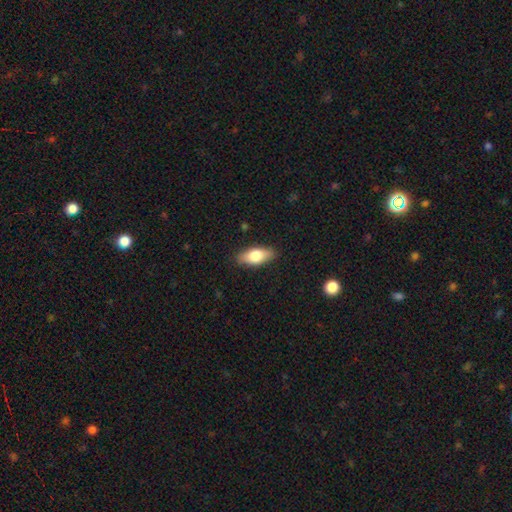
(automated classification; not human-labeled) This is likely a smooth galaxy (74%). How rounded: clearly in between (85%). Merging: clearly none (87%).